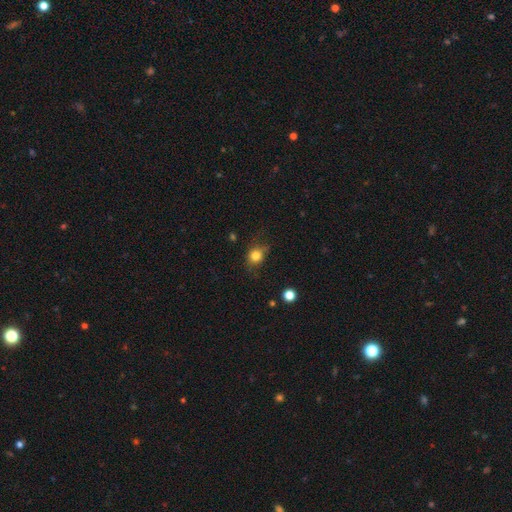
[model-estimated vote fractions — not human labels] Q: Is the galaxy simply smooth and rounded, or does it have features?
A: smooth — 79%.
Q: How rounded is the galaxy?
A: round — 74%.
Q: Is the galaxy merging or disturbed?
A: none — 63%.